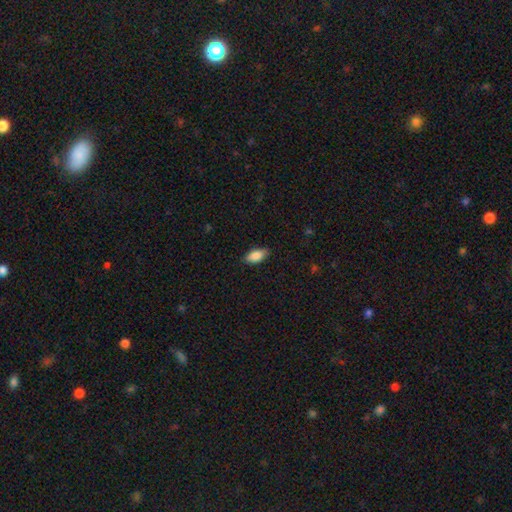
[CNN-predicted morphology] smooth_or_featured: smooth (p=0.86) [alt: featured or disk p=0.08]
how_rounded: in between (p=0.90) [alt: cigar-shaped p=0.07]
merging: none (p=0.85) [alt: minor disturbance p=0.12]